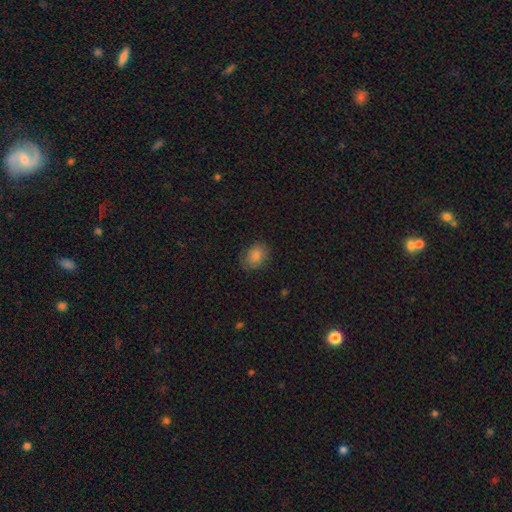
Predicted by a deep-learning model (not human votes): Smooth or featured?
  - smooth: 83% *
  - star or artifact: 9%
  - featured or disk: 8%
How rounded?
  - in between: 58% *
  - round: 41%
  - cigar-shaped: 1%
Merging?
  - none: 77% *
  - minor disturbance: 17%
  - major disturbance: 5%
  - merger: 1%